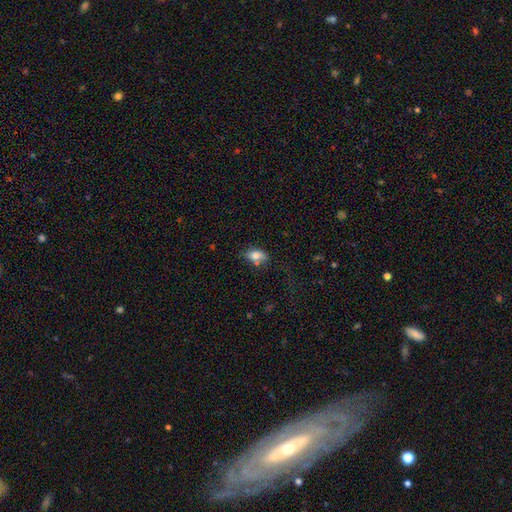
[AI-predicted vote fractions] Smooth or featured? Predicted: smooth (p=0.76). How rounded? Predicted: in between (p=0.83). Merging? Predicted: none (p=0.57).